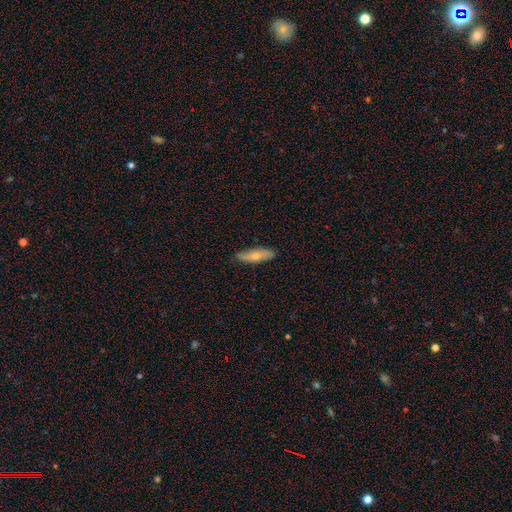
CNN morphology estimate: The model was most divided on "how rounded": cigar-shaped: 55%, in between: 43%, round: 2%. More confident: merging — none (84%); smooth or featured — smooth (64%).